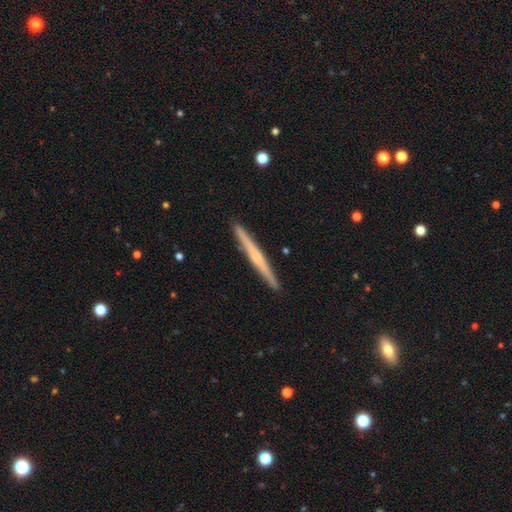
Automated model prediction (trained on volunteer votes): Smooth or featured? featured or disk (66%)
Edge-on disk? yes (98%)
Edge-on bulge? rounded (50%)
Merging? none (92%)